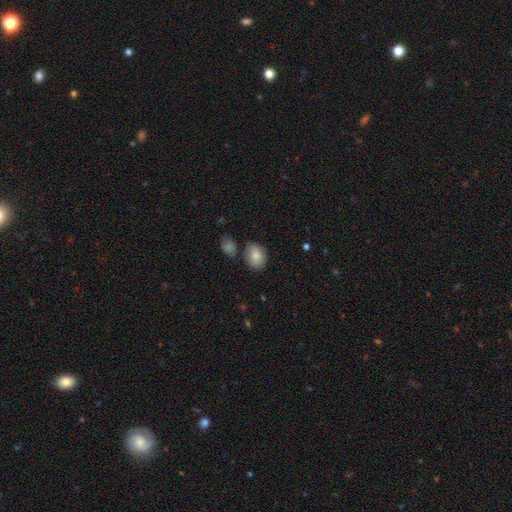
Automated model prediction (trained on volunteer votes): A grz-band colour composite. It shows a smooth galaxy with no disk features (85%) that is in between round and cigar-shaped (74%). Merging: none (69%).